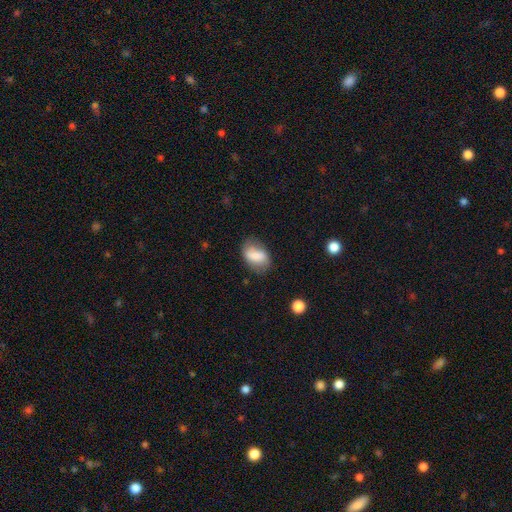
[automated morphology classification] A smooth galaxy with no disk features (73%) that is in between round and cigar-shaped (85%). Merging: none (66%).